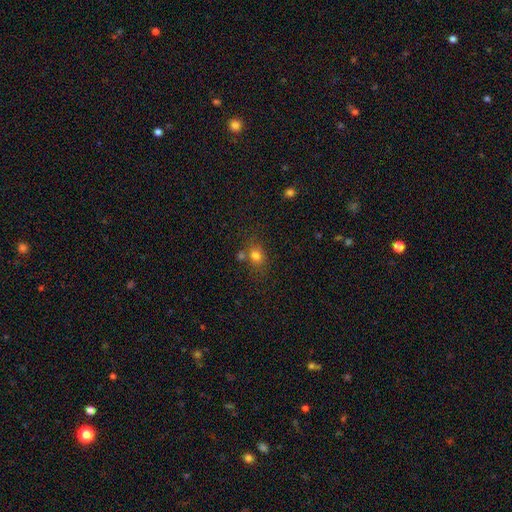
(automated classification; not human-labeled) smooth_or_featured: smooth (p=0.76) [alt: star or artifact p=0.14]
how_rounded: round (p=0.63) [alt: in between p=0.36]
merging: none (p=0.62) [alt: merger p=0.19]